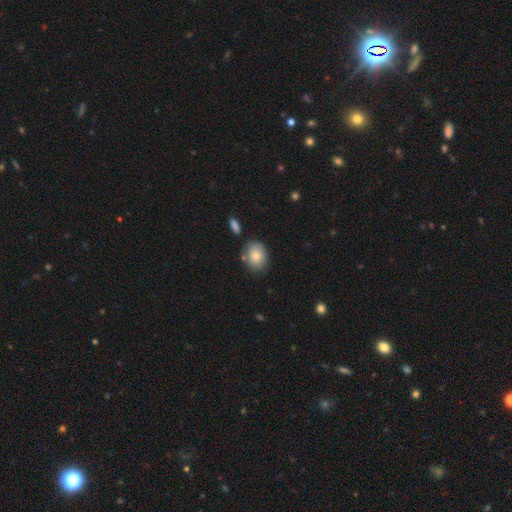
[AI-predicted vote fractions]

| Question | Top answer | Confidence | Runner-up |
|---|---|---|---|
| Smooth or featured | smooth | 80% | featured or disk (13%) |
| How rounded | in between | 61% | round (38%) |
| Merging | none | 74% | minor disturbance (16%) |